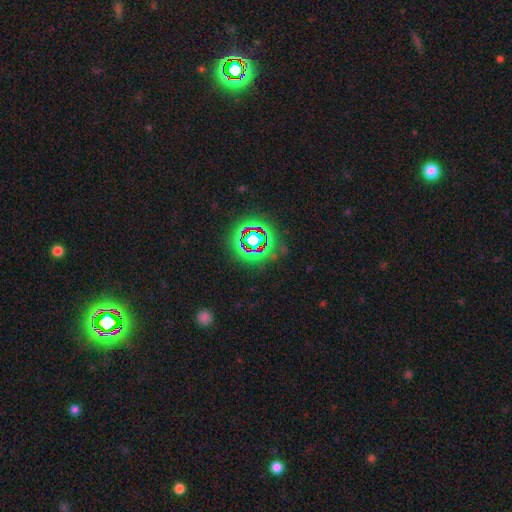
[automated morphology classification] Smooth or featured? star or artifact (54%)